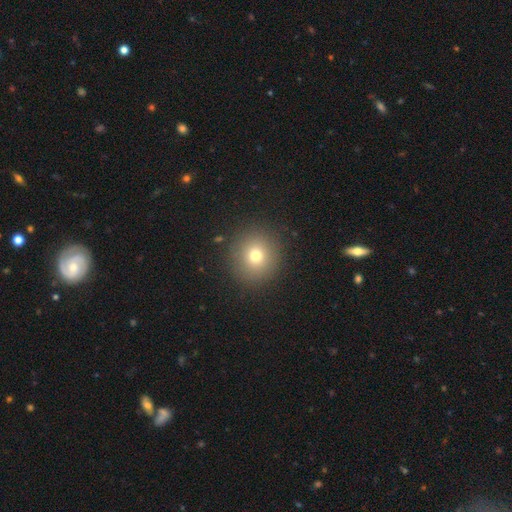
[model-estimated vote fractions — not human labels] A smooth galaxy with no disk features (74%) that is round (92%).

Vote fractions:
- Smooth or featured? smooth: 74% / star or artifact: 15% / featured or disk: 11%
- How rounded? round: 92% / in between: 7% / cigar-shaped: 1%
- Merging? none: 89% / minor disturbance: 6% / major disturbance: 3% / merger: 1%